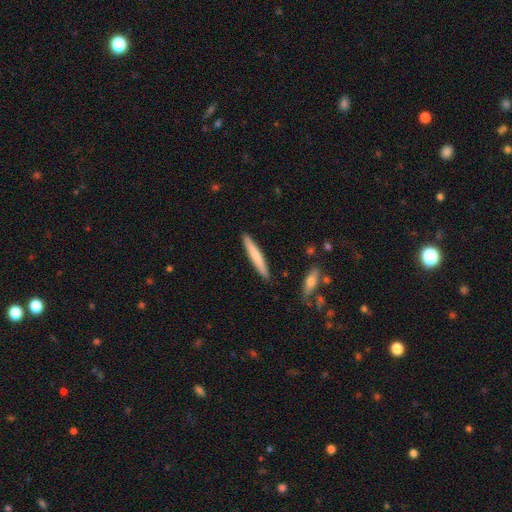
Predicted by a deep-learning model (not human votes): Smooth or featured? smooth (69%)
How rounded? cigar-shaped (95%)
Merging? none (90%)